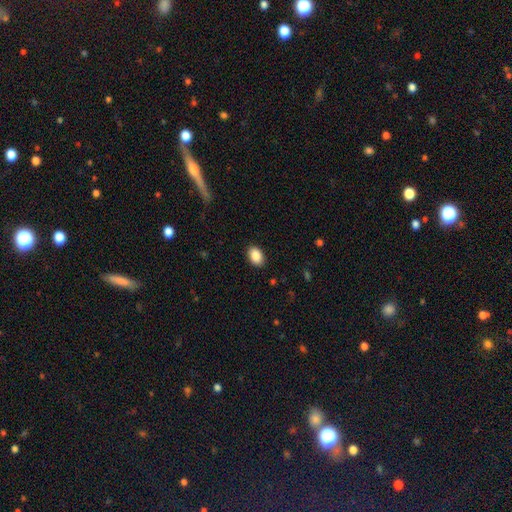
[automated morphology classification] smooth 88%, star or artifact 8%, featured or disk 4%. Down the decision tree: how rounded — in between (83%); merging — none (90%).